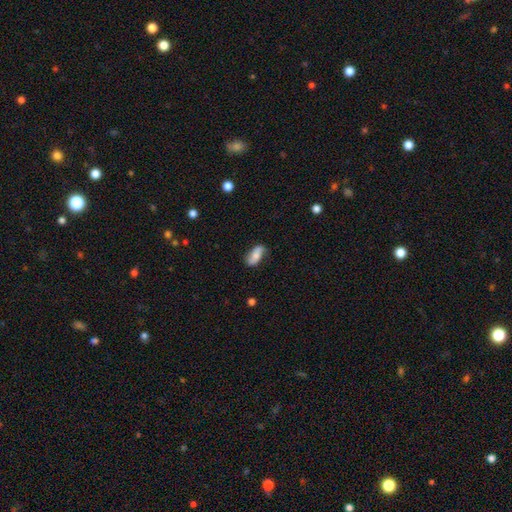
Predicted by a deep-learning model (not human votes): Smooth or featured? Predicted: smooth (p=0.60). How rounded? Predicted: in between (p=0.83). Merging? Predicted: none (p=0.72).